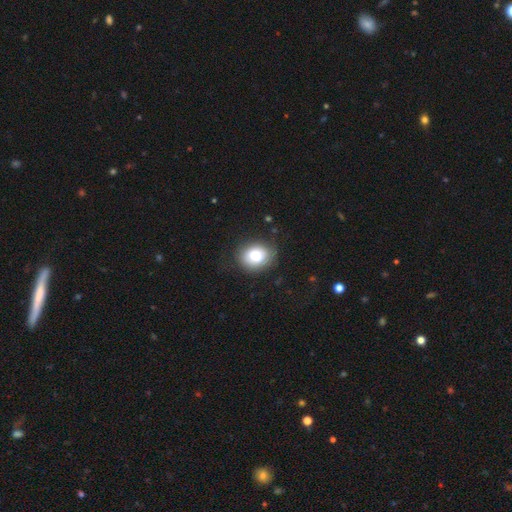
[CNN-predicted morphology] Q: Smooth or featured?
A: smooth (82%); runner-up: featured or disk (9%)
Q: How rounded?
A: round (55%); runner-up: in between (44%)
Q: Merging?
A: none (77%); runner-up: minor disturbance (16%)